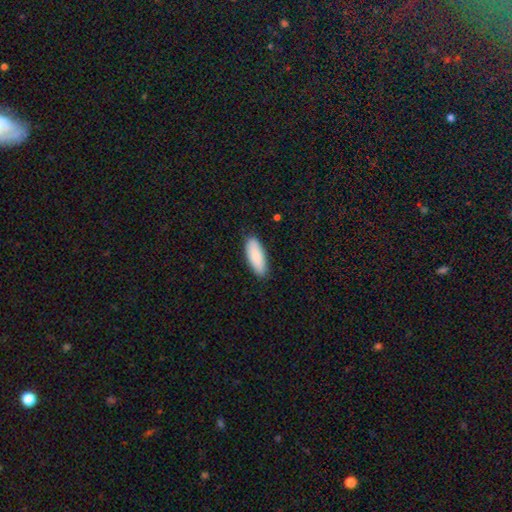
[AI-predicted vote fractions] This is clearly a smooth galaxy (88%). How rounded: likely in between (74%). Merging: clearly none (86%).